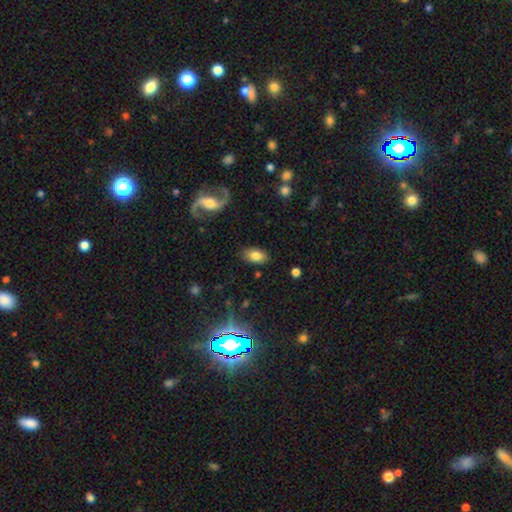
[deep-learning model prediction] smooth_or_featured: smooth (p=0.76) [alt: featured or disk p=0.15]
how_rounded: in between (p=0.92) [alt: round p=0.06]
merging: none (p=0.85) [alt: minor disturbance p=0.11]